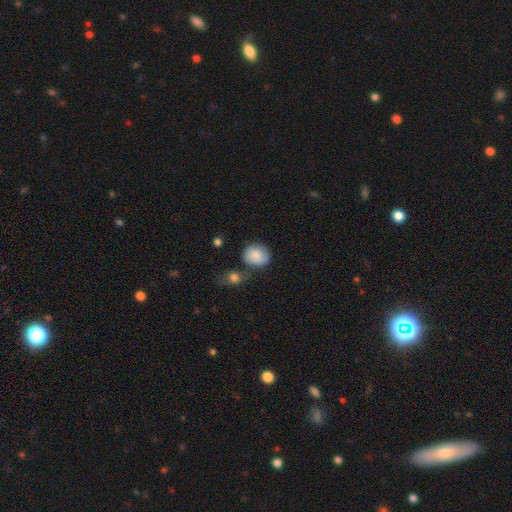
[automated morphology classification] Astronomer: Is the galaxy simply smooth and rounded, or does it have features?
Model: smooth — 85%.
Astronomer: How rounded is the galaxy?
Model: round — 68%.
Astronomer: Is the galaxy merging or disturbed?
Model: none — 65%.